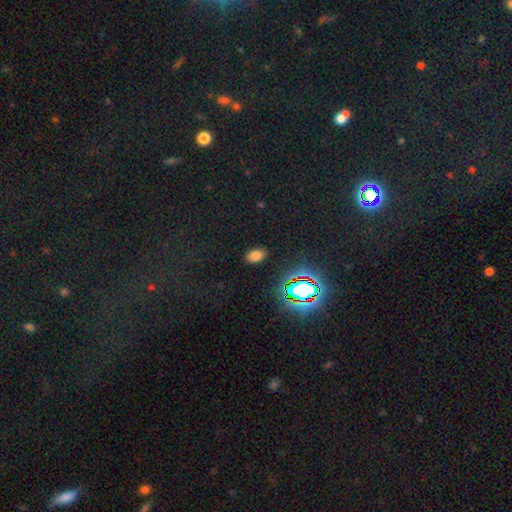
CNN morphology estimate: smooth-or-featured: smooth: 71% | star or artifact: 22% | featured or disk: 6%
  how-rounded: in between: 89% | round: 9% | cigar-shaped: 2%
  merging: none: 88% | minor disturbance: 8% | major disturbance: 3% | merger: 1%